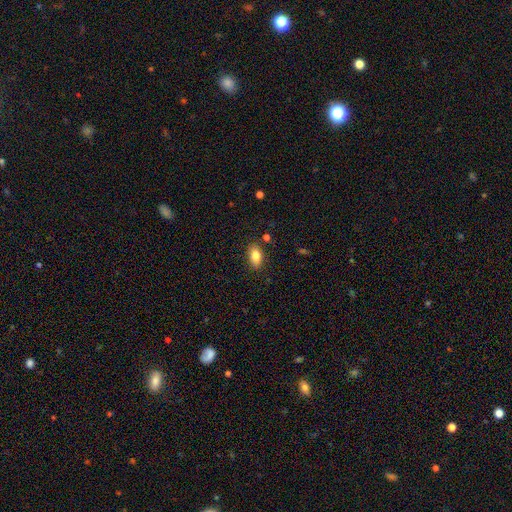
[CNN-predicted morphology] A smooth galaxy with no disk features (82%) that is in between round and cigar-shaped (89%). Merging: none (84%).